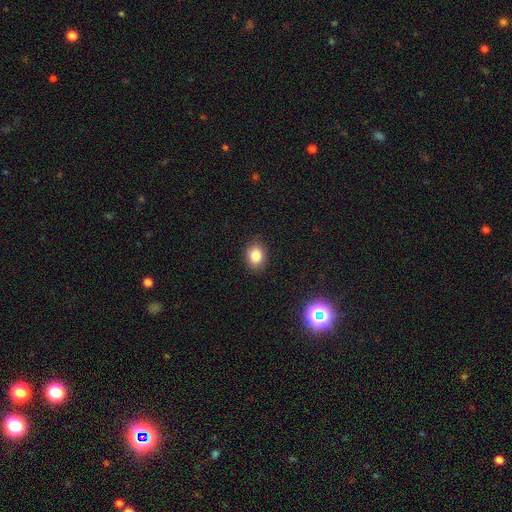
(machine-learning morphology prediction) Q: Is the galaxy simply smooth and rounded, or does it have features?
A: smooth — 83%.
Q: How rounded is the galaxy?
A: in between — 57%.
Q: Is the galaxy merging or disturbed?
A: none — 87%.